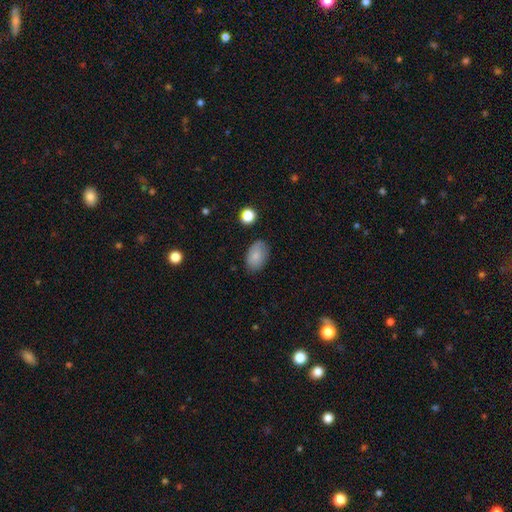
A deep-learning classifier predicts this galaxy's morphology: This appears to be a smooth galaxy with no disk features (82%) that is in between round and cigar-shaped (89%). Merging: none (77%).